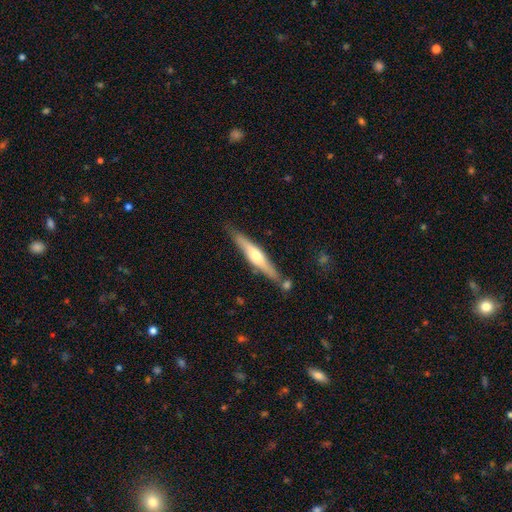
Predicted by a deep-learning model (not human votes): A featured or disk galaxy (61%) viewed edge-on (95%) with a rounded central bulge (88%).

Vote fractions:
- Smooth or featured? featured or disk: 61% / smooth: 34% / star or artifact: 5%
- Edge-on disk? yes: 95% / no: 5%
- Edge-on bulge? rounded: 88% / none: 7% / boxy: 5%
- Merging? none: 79% / minor disturbance: 13% / merger: 6% / major disturbance: 3%